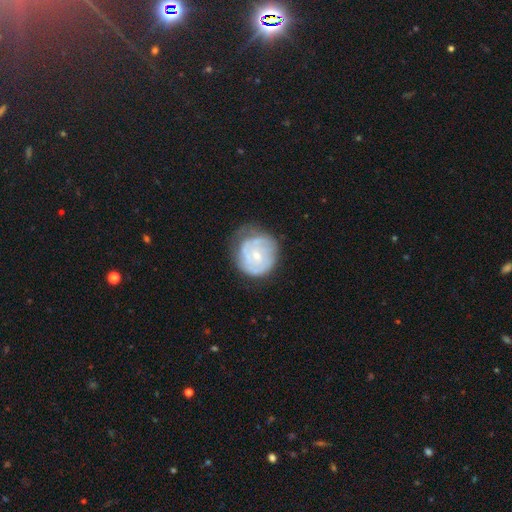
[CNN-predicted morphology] This is likely a featured or disk galaxy (68%). It is clearly not viewed edge-on (98%). Bar: likely no (66%). Spiral arm pattern: likely yes (78%). Spiral arm count: possibly can't tell (45%). Spiral winding: likely tight (67%). Central bulge: likely small (64%). Merging: possibly none (53%).